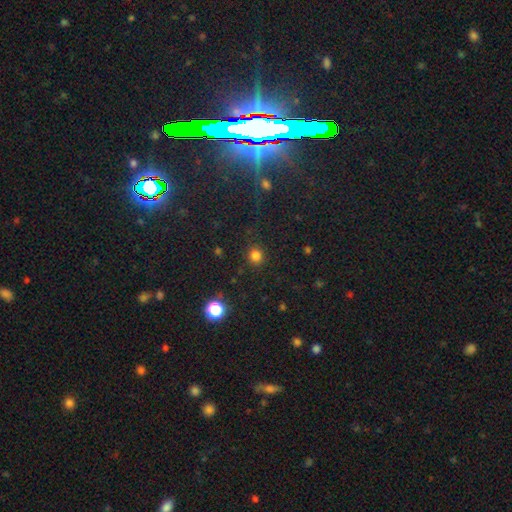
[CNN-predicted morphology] A smooth galaxy with no disk features (79%) that is round (88%). Merging: none (88%).